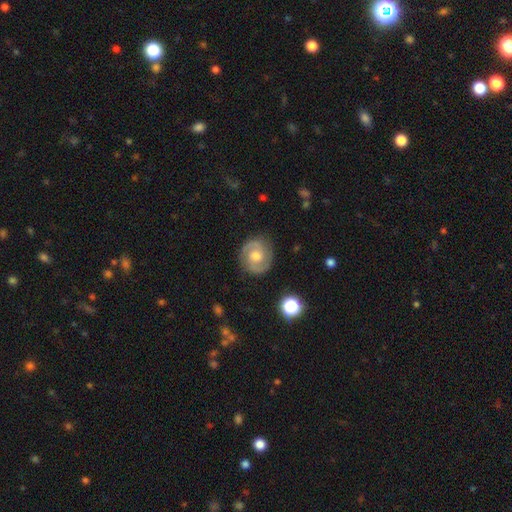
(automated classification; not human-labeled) A featured or disk galaxy (79%) with no bar (53%), 2 (91%) medium (49%) spiral arms (95%) and a moderate central bulge (67%).

Vote fractions:
- Smooth or featured? featured or disk: 79% / smooth: 15% / star or artifact: 6%
- Edge-on disk? no: 98% / yes: 2%
- Bar? no: 53% / weak: 39% / strong: 8%
- Spiral arms? yes: 95% / no: 5%
- Spiral winding? medium: 49% / tight: 41% / loose: 10%
- Spiral arm count? 2: 91% / can't tell: 4% / 1: 2% / 3: 1% / 4: 1% / more than 4: 1%
- Bulge size? moderate: 67% / small: 19% / large: 10% / none: 3% / dominant: 1%
- Merging? none: 84% / minor disturbance: 11% / major disturbance: 3% / merger: 1%